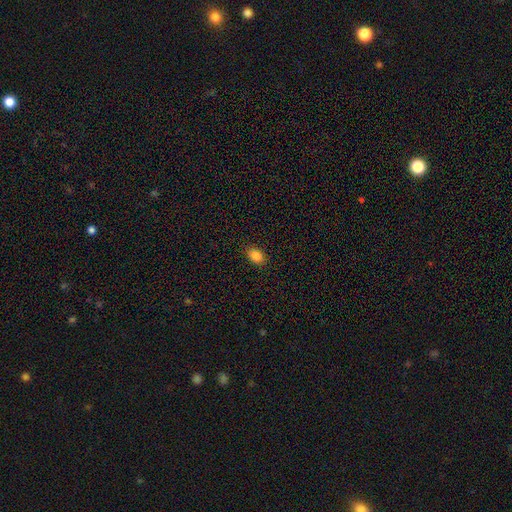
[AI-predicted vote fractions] Smooth or featured?
  - smooth: 86% *
  - star or artifact: 9%
  - featured or disk: 4%
How rounded?
  - in between: 86% *
  - round: 12%
  - cigar-shaped: 2%
Merging?
  - none: 89% *
  - minor disturbance: 8%
  - major disturbance: 2%
  - merger: 1%